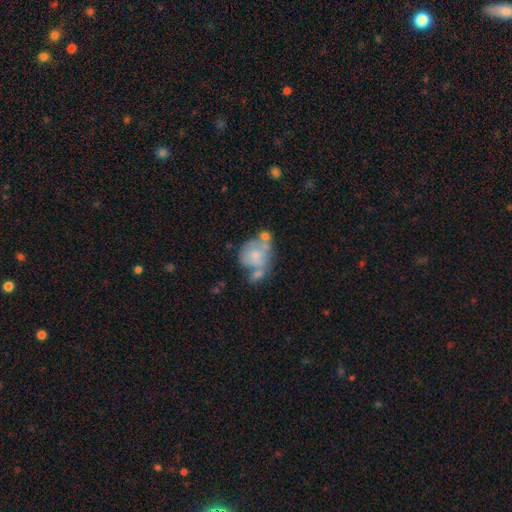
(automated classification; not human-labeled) Smooth or featured? smooth (49%)
Merging? merger (42%)